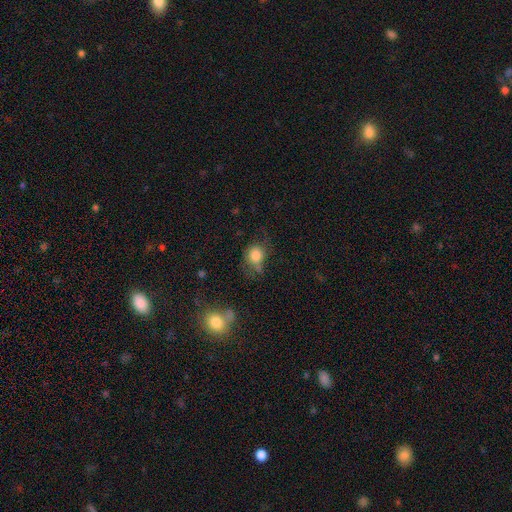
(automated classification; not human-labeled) Morphology: type=smooth (79%); roundness=round (63%); merging=none (47%).